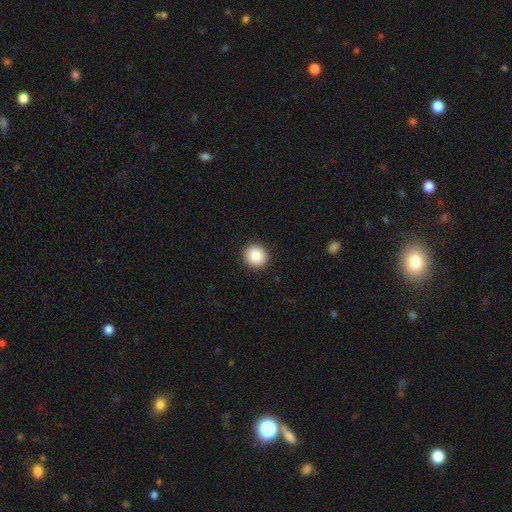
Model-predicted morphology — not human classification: Smooth or featured: smooth — 88% (star or artifact — 8%)
How rounded: round — 91% (in between — 8%)
Merging: none — 92% (minor disturbance — 5%)